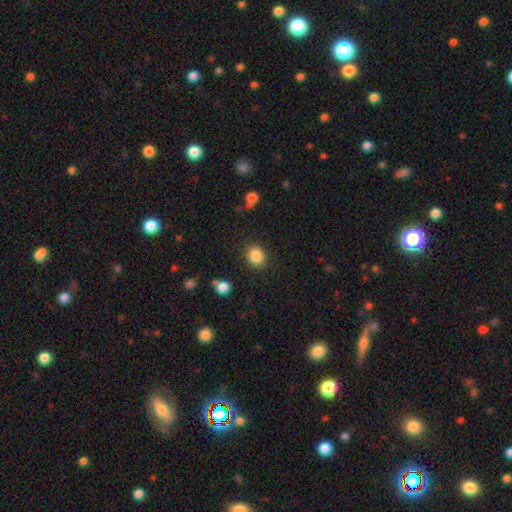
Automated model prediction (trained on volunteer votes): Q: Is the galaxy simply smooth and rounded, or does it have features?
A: smooth — 87%.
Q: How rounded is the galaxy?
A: round — 64%.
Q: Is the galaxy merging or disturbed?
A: none — 87%.